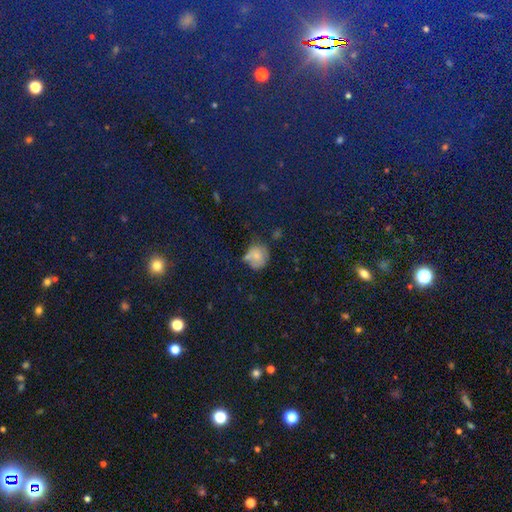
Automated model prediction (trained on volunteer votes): Morphology: type=smooth (66%); roundness=round (76%); merging=none (54%).